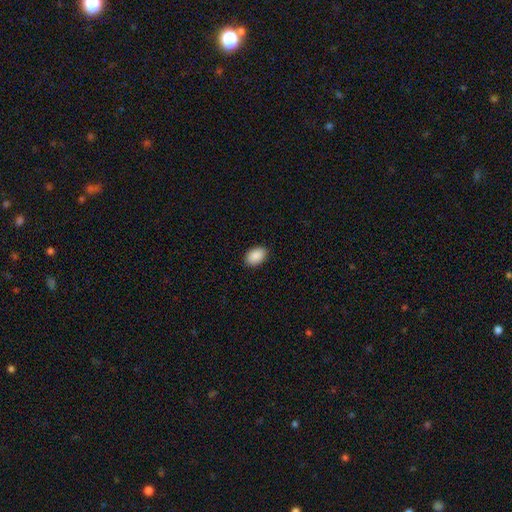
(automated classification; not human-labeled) Morphology: type=smooth (90%); roundness=in between (87%); merging=none (89%).